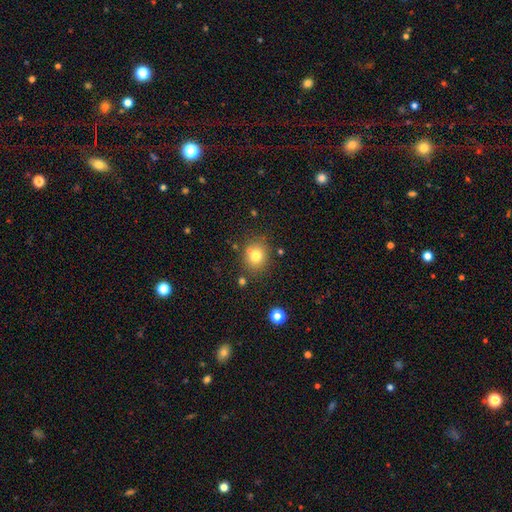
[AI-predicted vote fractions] Overall: smooth (76%). How rounded: round (76%). Merging: none (74%).